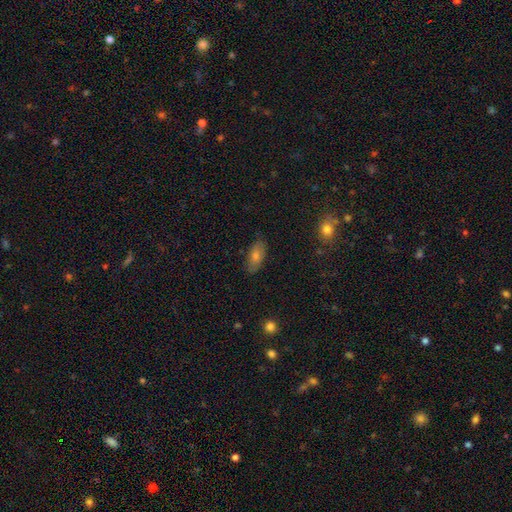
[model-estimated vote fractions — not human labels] Smooth or featured? smooth (64%)
How rounded? in between (85%)
Merging? none (83%)